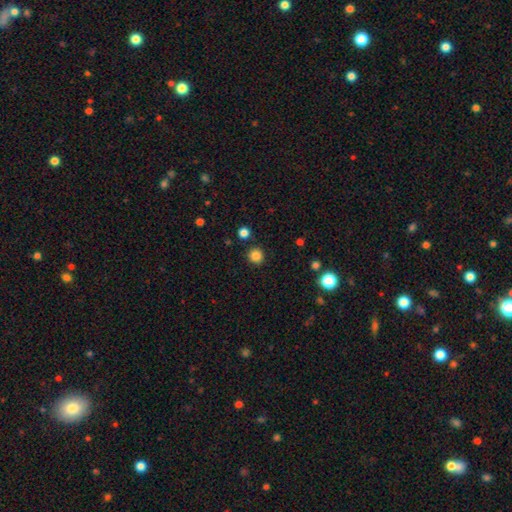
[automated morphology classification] Q: Smooth or featured?
A: smooth (84%); runner-up: star or artifact (12%)
Q: How rounded?
A: round (92%); runner-up: in between (7%)
Q: Merging?
A: none (89%); runner-up: minor disturbance (6%)